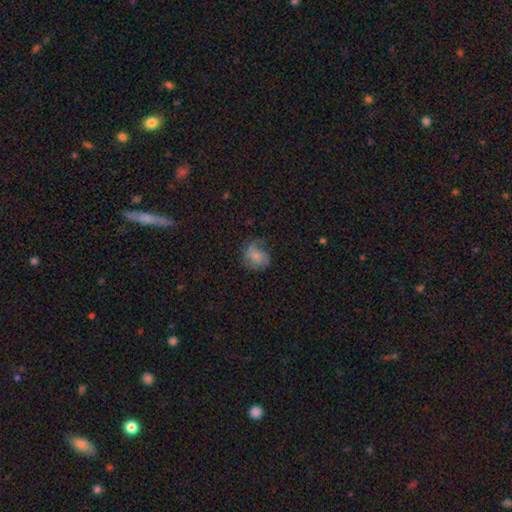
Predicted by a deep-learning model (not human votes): The model was most divided on "smooth or featured": smooth: 50%, featured or disk: 41%, star or artifact: 9%. Remaining: merging — none (45%).